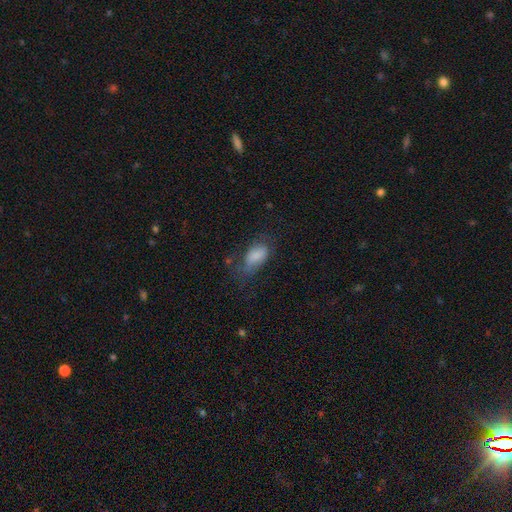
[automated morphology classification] This is likely a smooth galaxy (76%). How rounded: clearly in between (91%). Merging: marginally none (38%).